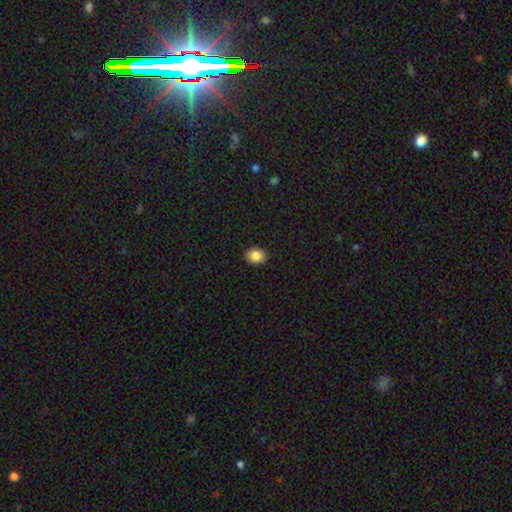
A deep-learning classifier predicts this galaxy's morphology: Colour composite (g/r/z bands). It shows a smooth galaxy with no disk features (86%) that is in between round and cigar-shaped (60%). Merging: none (90%).